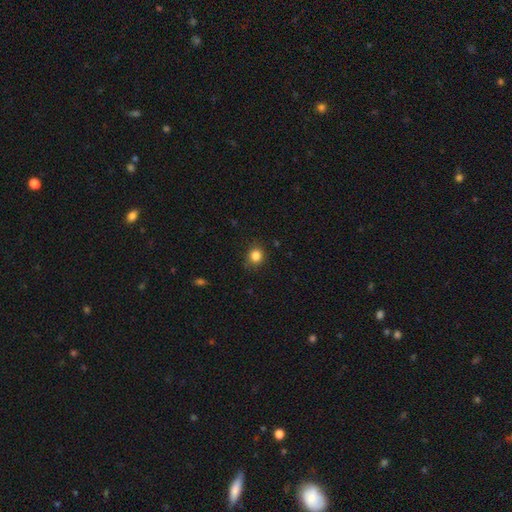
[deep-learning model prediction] Smooth or featured? smooth (85%)
How rounded? round (80%)
Merging? none (85%)